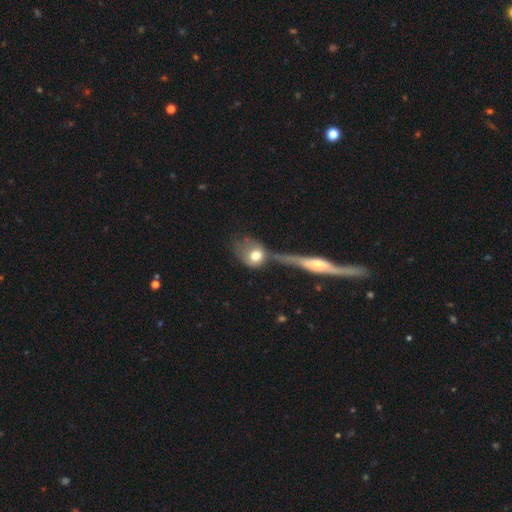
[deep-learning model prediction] Smooth or featured?
  - smooth: 69% *
  - featured or disk: 24%
  - star or artifact: 8%
How rounded?
  - round: 56% *
  - in between: 39%
  - cigar-shaped: 5%
Merging?
  - merger: 42% *
  - none: 26%
  - major disturbance: 18%
  - minor disturbance: 14%